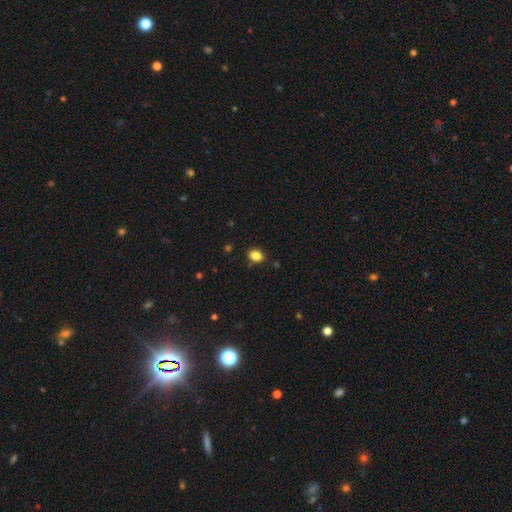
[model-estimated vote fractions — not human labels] The model was most divided on "how rounded": in between: 69%, round: 30%, cigar-shaped: 1%. More confident: merging — none (87%); smooth or featured — smooth (85%).